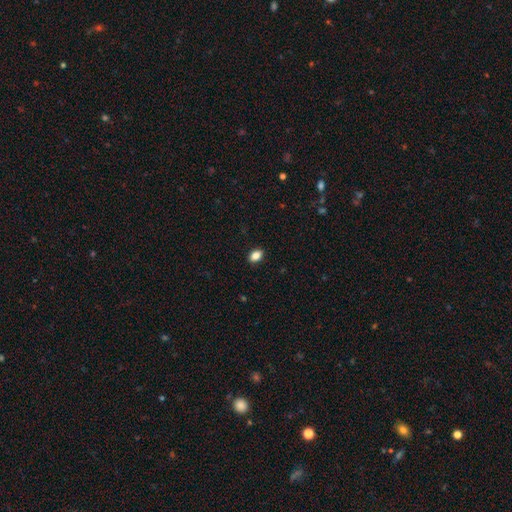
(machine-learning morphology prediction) smooth 86%, star or artifact 9%, featured or disk 5%. Down the decision tree: how rounded — in between (82%); merging — none (90%).